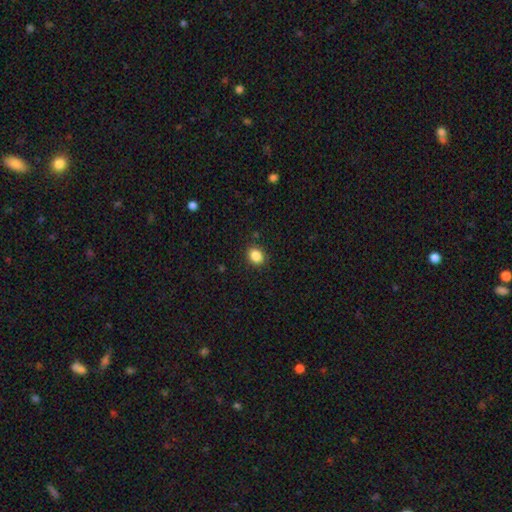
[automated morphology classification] Q: Smooth or featured?
A: smooth (86%); runner-up: star or artifact (10%)
Q: How rounded?
A: in between (51%); runner-up: round (48%)
Q: Merging?
A: none (88%); runner-up: minor disturbance (8%)